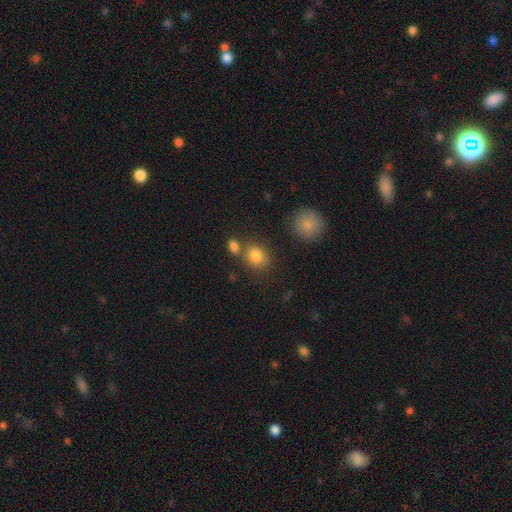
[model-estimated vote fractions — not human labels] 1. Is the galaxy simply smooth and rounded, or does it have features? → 82% smooth, 11% star or artifact, 7% featured or disk.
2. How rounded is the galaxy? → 59% round, 40% in between, 1% cigar-shaped.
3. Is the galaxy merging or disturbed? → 62% none, 22% merger, 12% minor disturbance, 4% major disturbance.